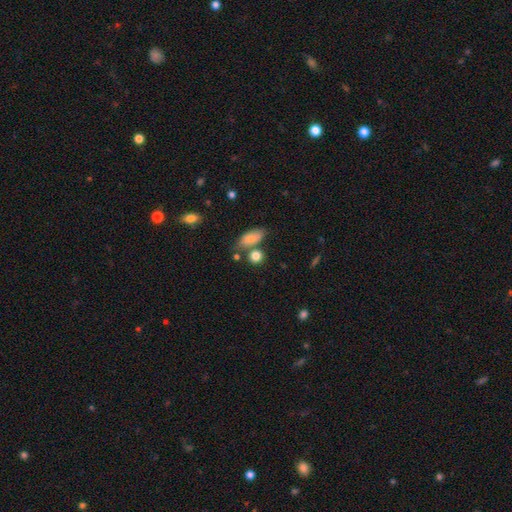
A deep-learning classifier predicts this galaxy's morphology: This appears to be a smooth galaxy with no disk features (83%) that is round (66%). Merging: none (65%).